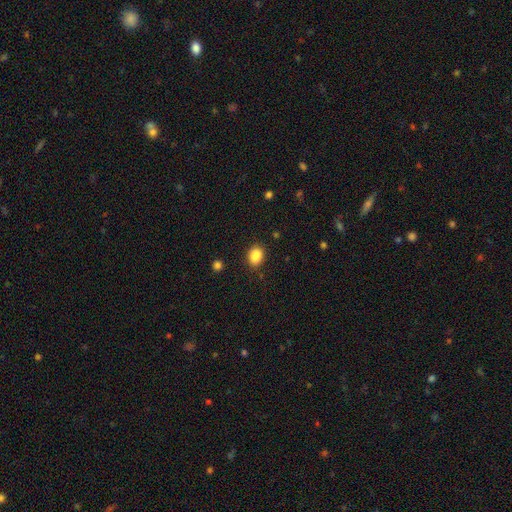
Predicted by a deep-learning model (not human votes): This appears to be a smooth galaxy with no disk features (87%) that is in between round and cigar-shaped (67%). Merging: none (83%).